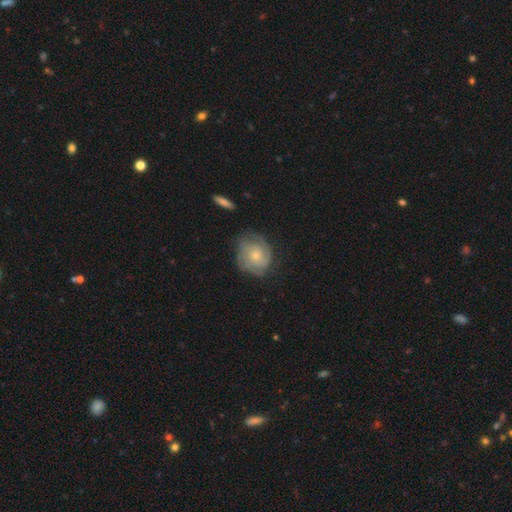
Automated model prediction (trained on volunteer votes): A featured or disk galaxy (66%) with no bar (79%), tight (63%) spiral arms (89%) and a small central bulge (64%). Merging: none (69%).